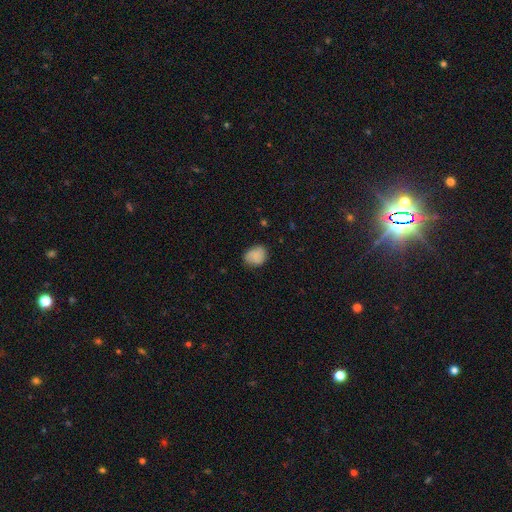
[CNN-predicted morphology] Smooth or featured? smooth (82%)
How rounded? in between (53%)
Merging? none (73%)